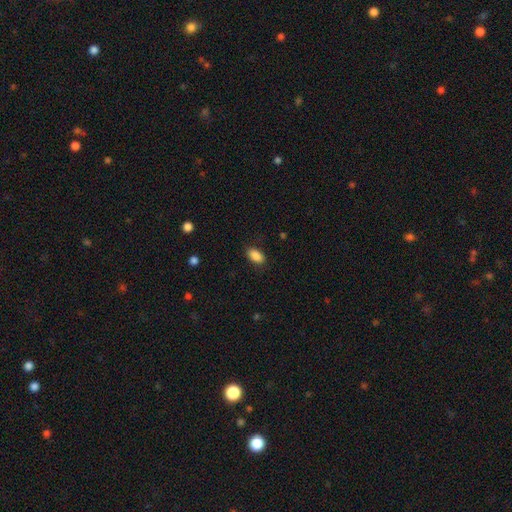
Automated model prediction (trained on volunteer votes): A smooth galaxy with no disk features (89%) that is in between round and cigar-shaped (92%). Merging: none (85%).